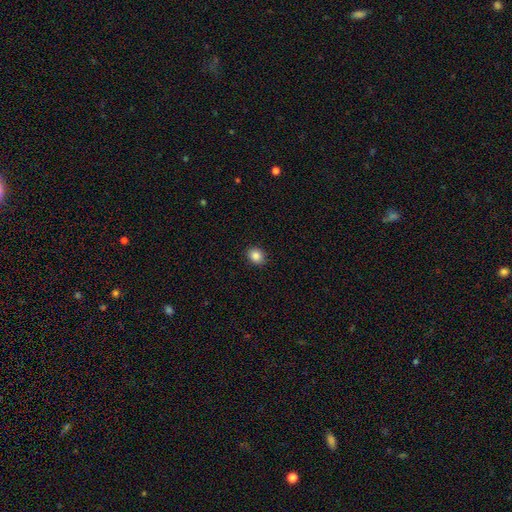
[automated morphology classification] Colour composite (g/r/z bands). It shows a smooth galaxy with no disk features (86%) that is round (53%). Merging: none (91%).